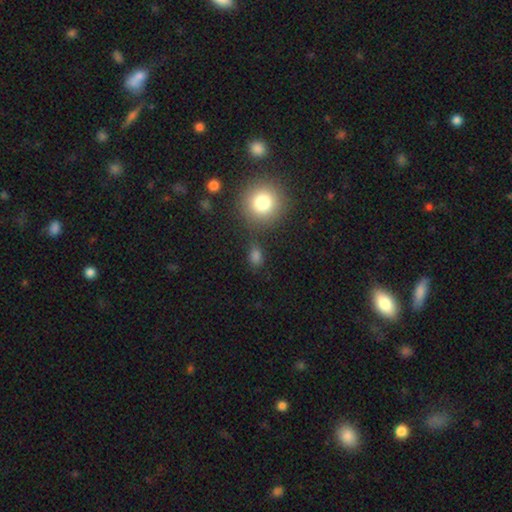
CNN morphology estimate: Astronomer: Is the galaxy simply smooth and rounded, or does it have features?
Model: smooth — 76%.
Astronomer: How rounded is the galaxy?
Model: in between — 52% (runner-up: round, 45%).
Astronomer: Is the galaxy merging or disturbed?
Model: none — 70%.